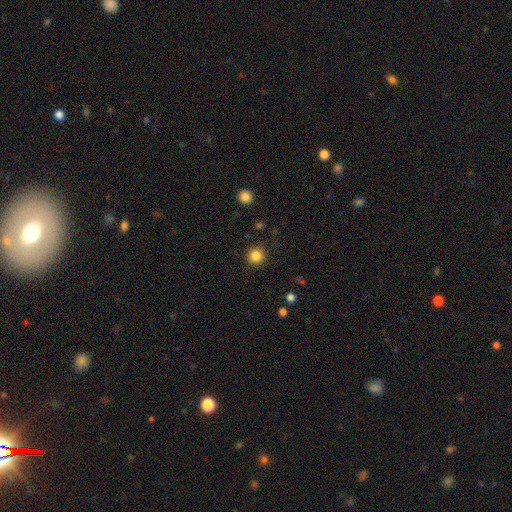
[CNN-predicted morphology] Overall: smooth (85%). How rounded: round (94%). Merging: none (88%).